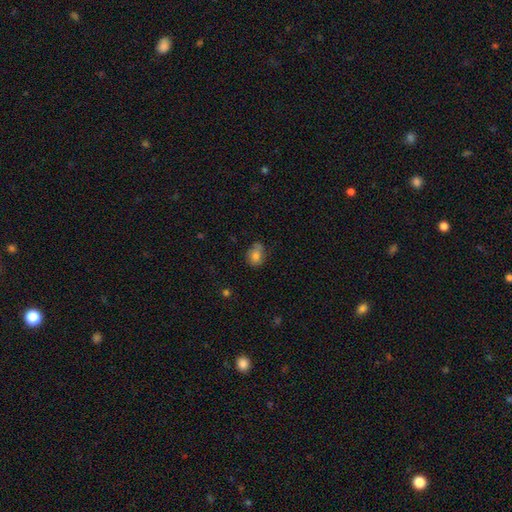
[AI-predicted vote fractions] Morphology: type=smooth (77%); roundness=in between (56%); merging=none (55%).